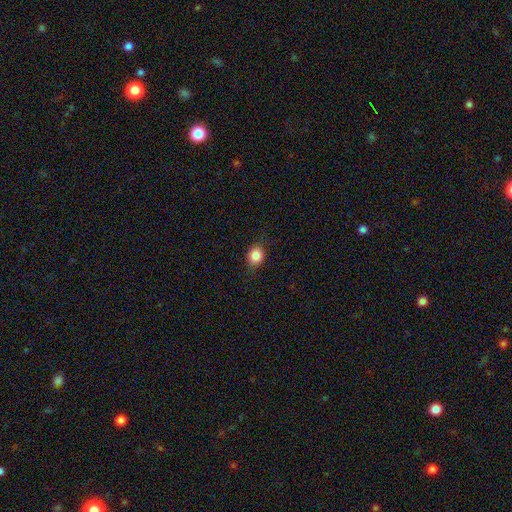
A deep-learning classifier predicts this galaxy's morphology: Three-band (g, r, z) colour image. It shows a smooth galaxy with no disk features (84%) that is round (67%). Merging: none (83%).